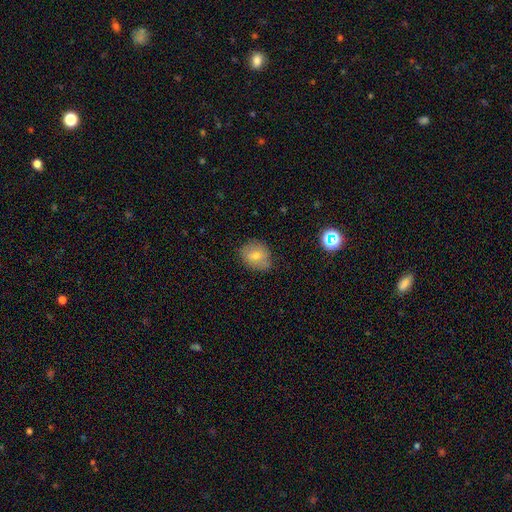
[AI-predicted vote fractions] A smooth galaxy with no disk features (67%) that is round (61%). Merging: none (76%).